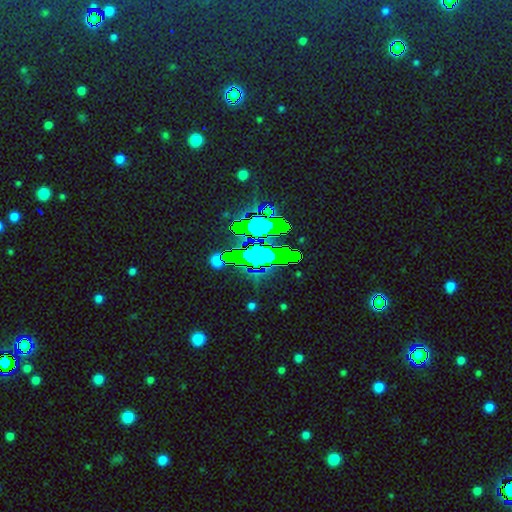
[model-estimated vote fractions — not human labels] smooth_or_featured: star or artifact (p=0.72) [alt: smooth p=0.16]